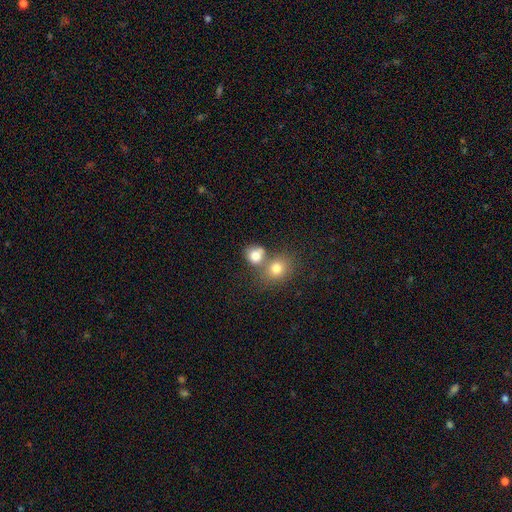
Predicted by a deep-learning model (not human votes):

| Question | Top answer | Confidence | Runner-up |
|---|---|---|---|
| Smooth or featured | smooth | 79% | star or artifact (11%) |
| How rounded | round | 72% | in between (27%) |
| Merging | merger | 44% | none (42%) |